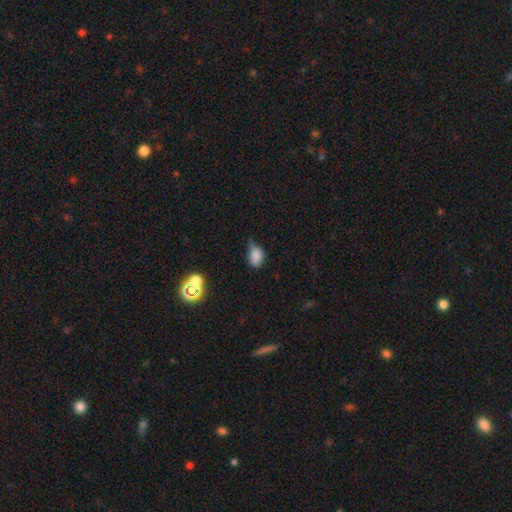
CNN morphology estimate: smooth 80%, star or artifact 12%, featured or disk 8%. Down the decision tree: how rounded — in between (73%); merging — minor disturbance (48%).